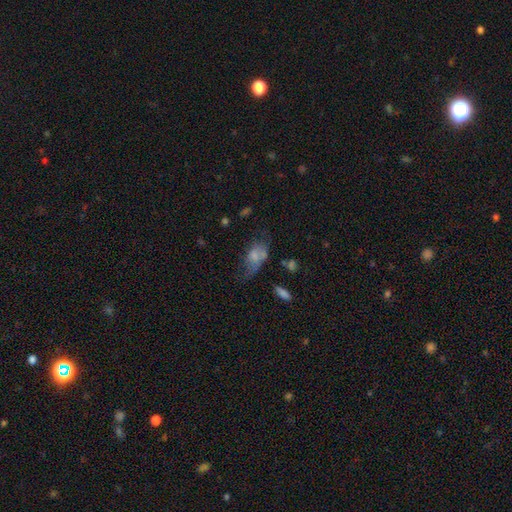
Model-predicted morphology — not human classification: This appears to be a smooth galaxy with no disk features (59%) that is in between round and cigar-shaped (87%). Merging: major disturbance (37%).